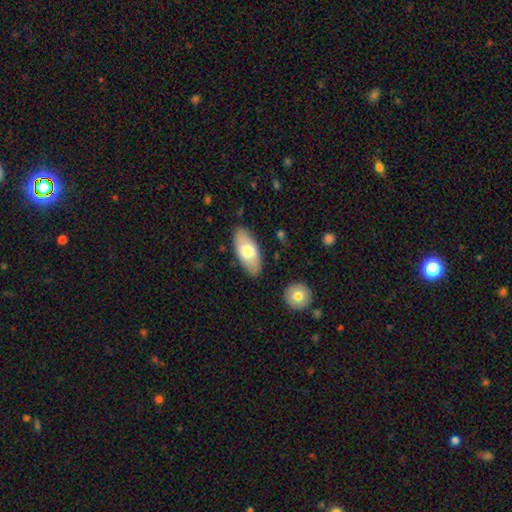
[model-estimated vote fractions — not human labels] Q: Smooth or featured?
A: smooth (66%); runner-up: featured or disk (27%)
Q: How rounded?
A: in between (87%); runner-up: cigar-shaped (11%)
Q: Merging?
A: none (87%); runner-up: minor disturbance (10%)